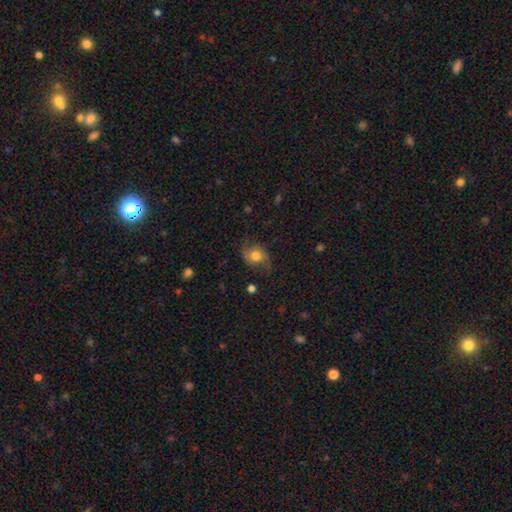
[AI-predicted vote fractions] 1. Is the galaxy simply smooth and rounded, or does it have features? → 45% smooth (tied), 45% featured or disk (tied), 10% star or artifact.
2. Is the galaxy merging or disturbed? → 65% none, 23% minor disturbance, 11% major disturbance, 1% merger.